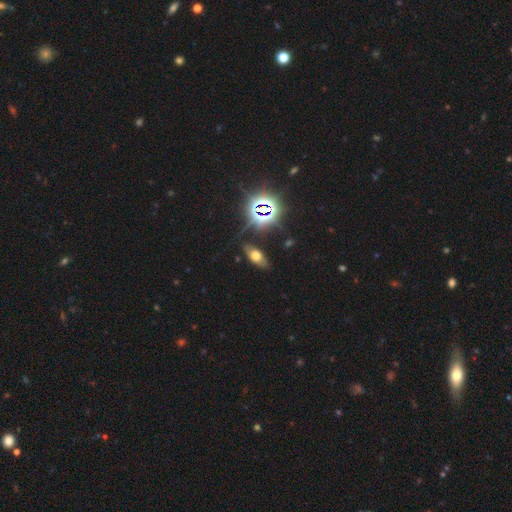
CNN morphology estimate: This is possibly a smooth galaxy (50%). How rounded: clearly in between (82%). Merging: likely none (79%).